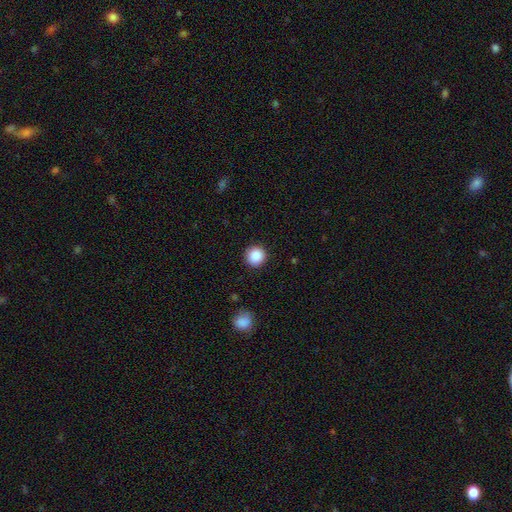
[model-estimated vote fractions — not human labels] Morphology: type=smooth (88%); roundness=round (95%); merging=none (90%).